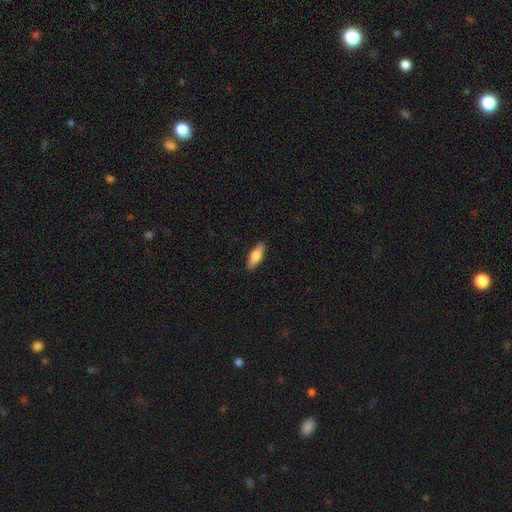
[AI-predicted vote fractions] Smooth or featured: smooth — 72% (featured or disk — 22%)
How rounded: in between — 63% (cigar-shaped — 34%)
Merging: none — 89% (minor disturbance — 8%)